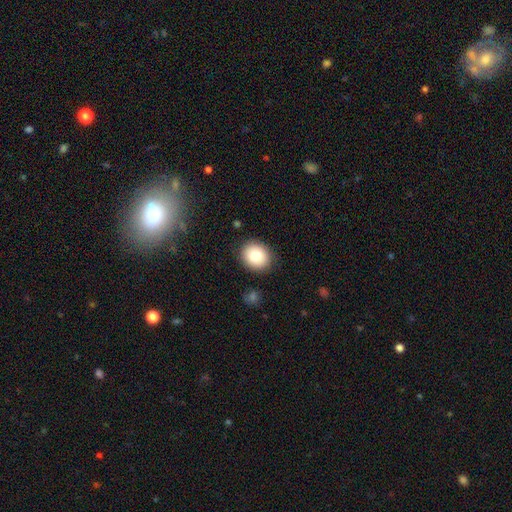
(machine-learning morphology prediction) A smooth galaxy with no disk features (81%) that is round (66%).

Vote fractions:
- Smooth or featured? smooth: 81% / featured or disk: 10% / star or artifact: 9%
- How rounded? round: 66% / in between: 33% / cigar-shaped: 1%
- Merging? none: 87% / minor disturbance: 9% / major disturbance: 2% / merger: 2%